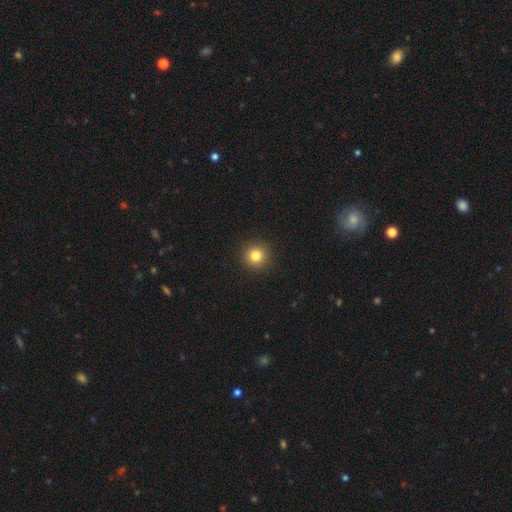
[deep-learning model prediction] Smooth or featured: smooth — 82% (star or artifact — 12%)
How rounded: round — 95% (in between — 4%)
Merging: none — 92% (minor disturbance — 5%)